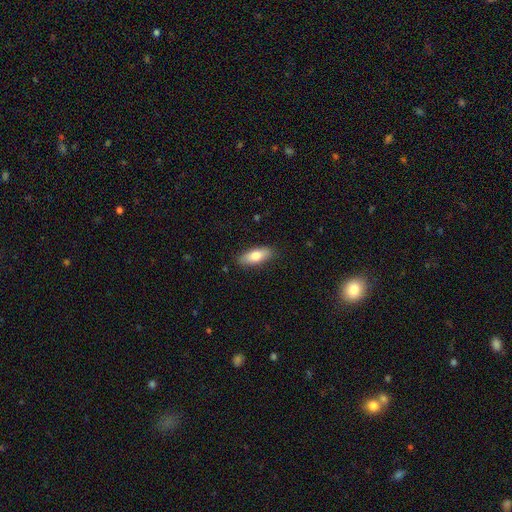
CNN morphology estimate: A smooth galaxy with no disk features (77%) that is in between round and cigar-shaped (73%). Merging: none (86%).